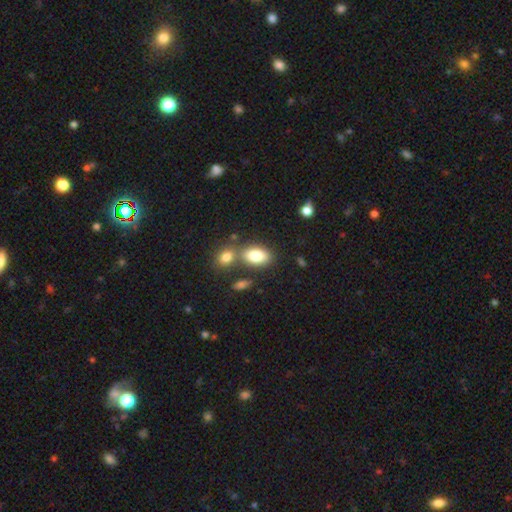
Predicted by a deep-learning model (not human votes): Q: Smooth or featured?
A: smooth (80%); runner-up: featured or disk (12%)
Q: How rounded?
A: in between (89%); runner-up: round (9%)
Q: Merging?
A: none (60%); runner-up: merger (25%)